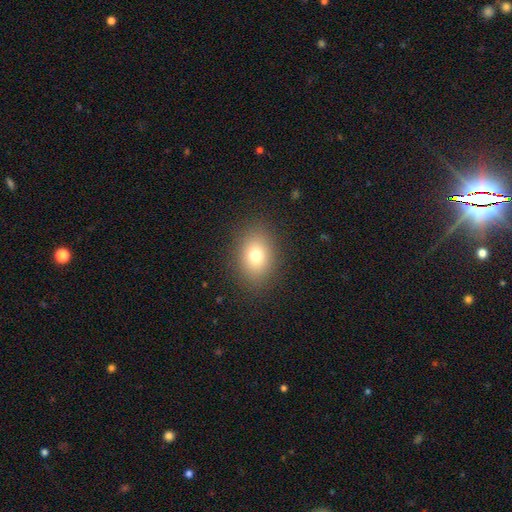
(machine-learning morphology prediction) Smooth or featured?
  - smooth: 75% *
  - star or artifact: 13%
  - featured or disk: 12%
How rounded?
  - in between: 67% *
  - round: 32%
  - cigar-shaped: 1%
Merging?
  - none: 87% *
  - minor disturbance: 8%
  - major disturbance: 3%
  - merger: 1%